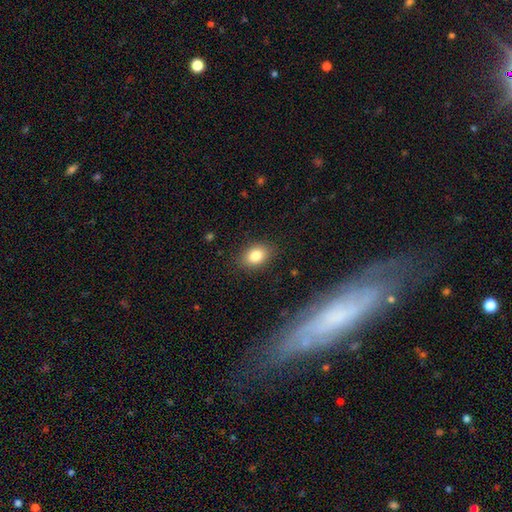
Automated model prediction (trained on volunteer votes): The model was most divided on "how rounded": in between: 73%, round: 26%, cigar-shaped: 1%. More confident: merging — none (86%); smooth or featured — smooth (82%).